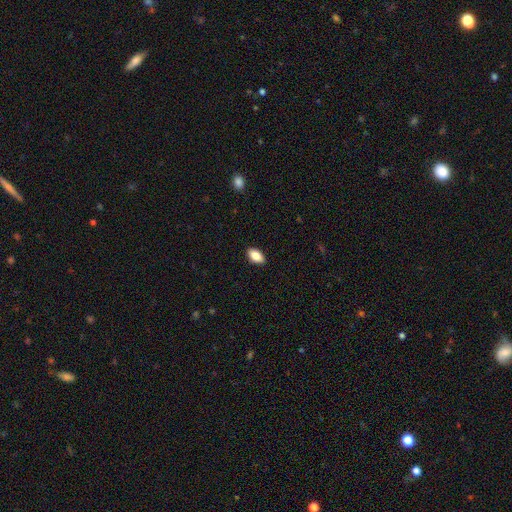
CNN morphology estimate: Overall: smooth (84%). How rounded: in between (91%). Merging: none (90%).